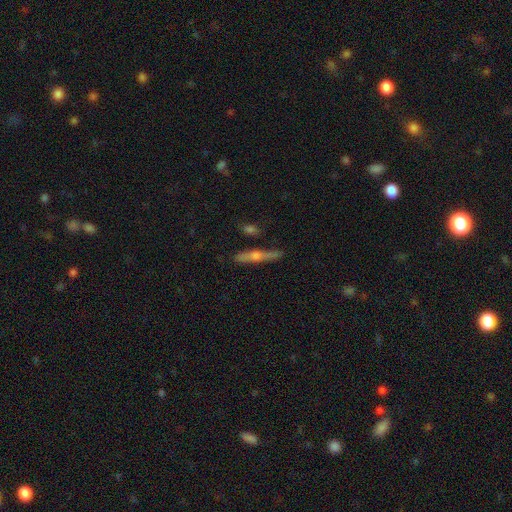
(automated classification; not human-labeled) This is likely a featured or disk galaxy (62%). It is clearly viewed edge-on (95%). Edge-on bulge: clearly rounded (83%). Merging: clearly none (81%).